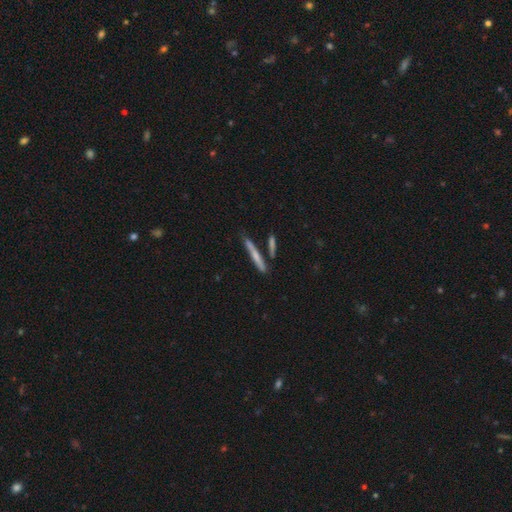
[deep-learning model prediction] The model was most divided on "smooth or featured": smooth: 57%, featured or disk: 36%, star or artifact: 7%. More confident: how rounded — cigar-shaped (94%); merging — none (74%).